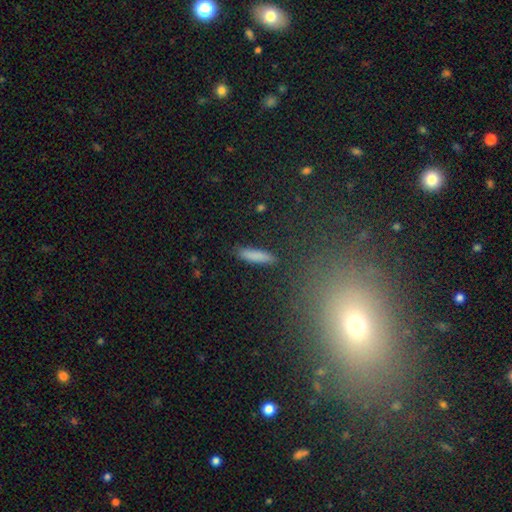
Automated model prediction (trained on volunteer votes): This appears to be a smooth galaxy with no disk features (84%) that is cigar-shaped (78%). Merging: none (86%).